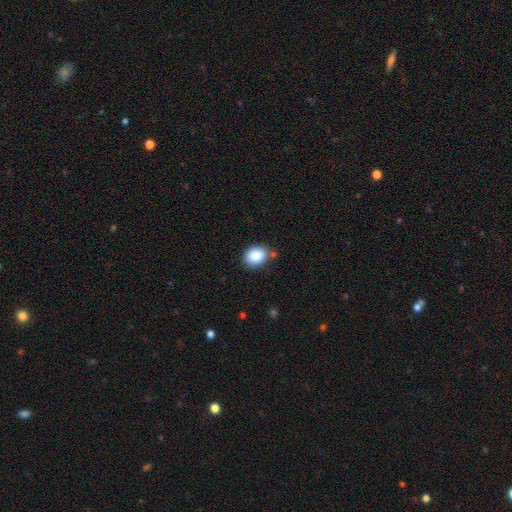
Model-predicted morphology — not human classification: smooth 88%, star or artifact 8%, featured or disk 4%. Down the decision tree: how rounded — in between (59%); merging — none (76%).